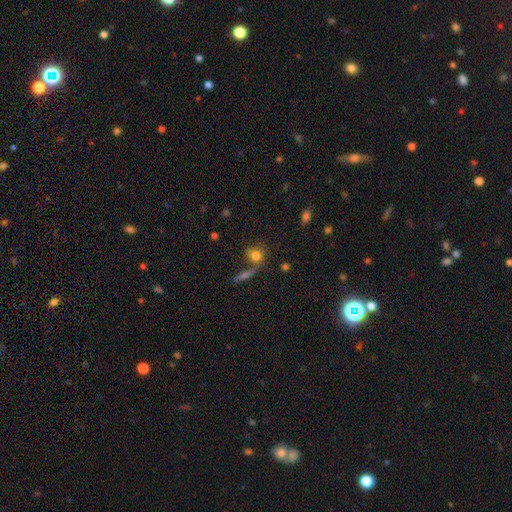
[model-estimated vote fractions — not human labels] Overall: smooth (77%). How rounded: round (70%). Merging: none (59%; merger 21%).